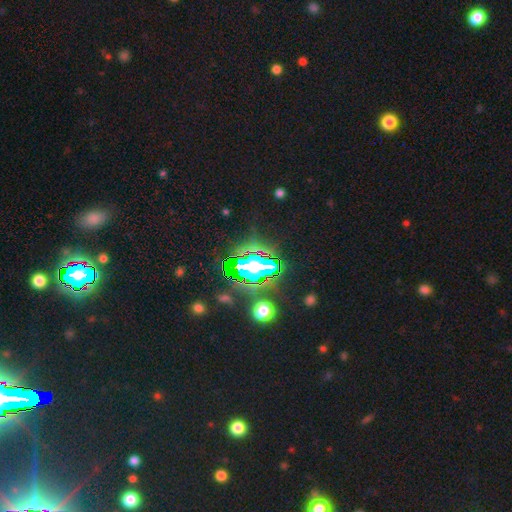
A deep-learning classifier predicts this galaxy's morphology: Smooth or featured? star or artifact (83%)